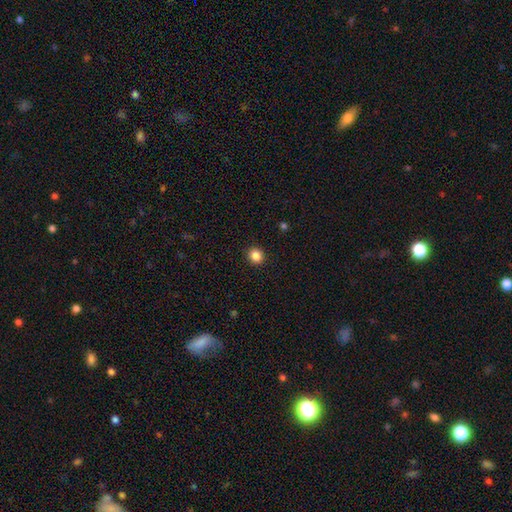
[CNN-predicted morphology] smooth 86%, star or artifact 11%, featured or disk 4%. Down the decision tree: how rounded — round (85%); merging — none (92%).